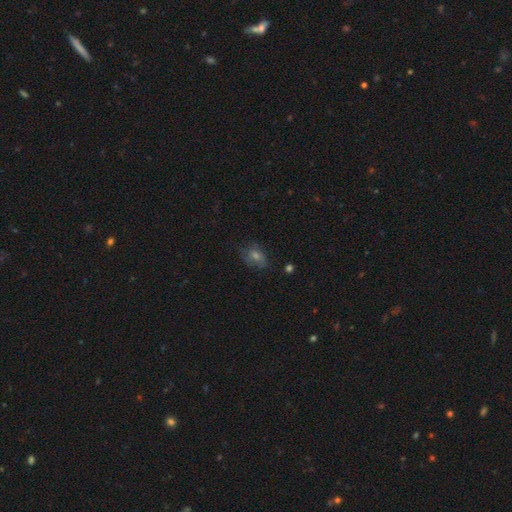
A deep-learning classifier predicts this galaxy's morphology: A smooth galaxy with no disk features (45%).

Vote fractions:
- Smooth or featured? smooth: 45% / featured or disk: 30% / star or artifact: 25%
- Merging? none: 67% / minor disturbance: 22% / major disturbance: 9% / merger: 2%